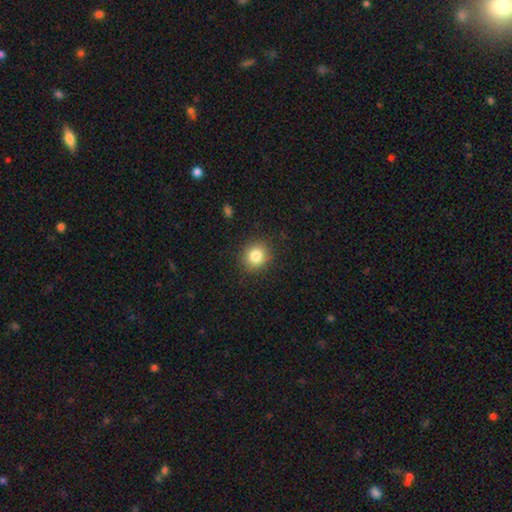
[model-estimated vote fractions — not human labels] Morphology: type=smooth (83%); roundness=round (87%); merging=none (89%).